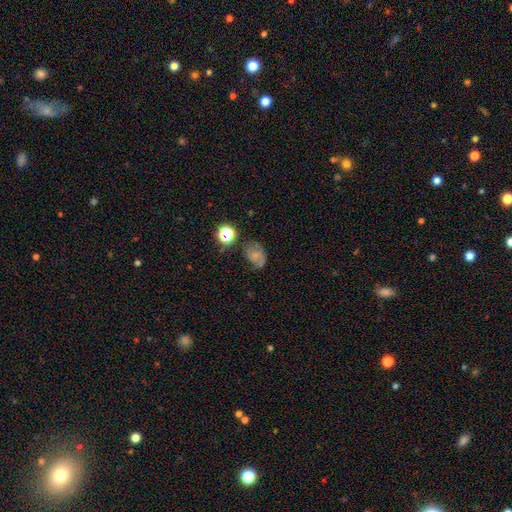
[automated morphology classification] The model was most divided on "smooth or featured": smooth: 51%, featured or disk: 33%, star or artifact: 16%. More confident: how rounded — in between (64%); merging — none (53%).